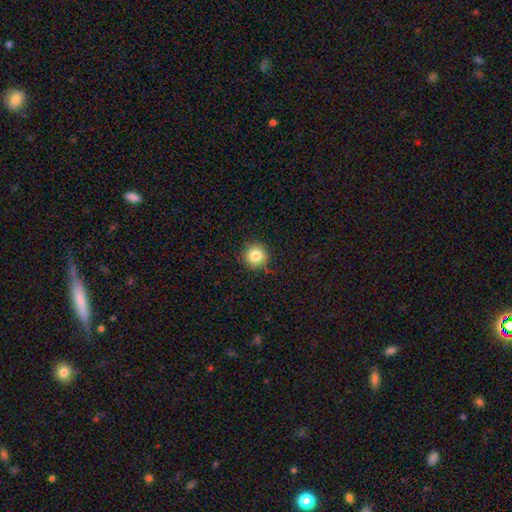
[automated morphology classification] Smooth or featured? Predicted: smooth (p=0.83). How rounded? Predicted: round (p=0.95). Merging? Predicted: none (p=0.87).